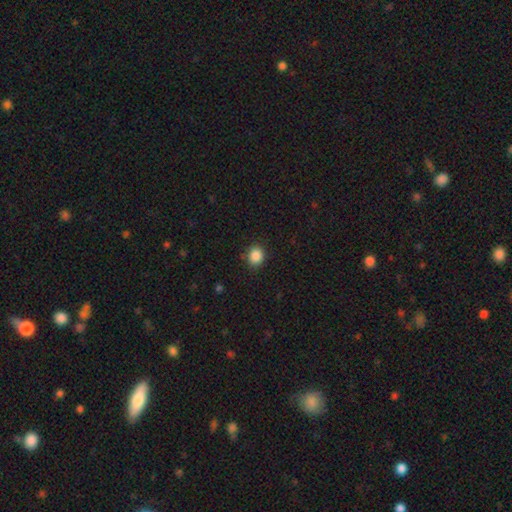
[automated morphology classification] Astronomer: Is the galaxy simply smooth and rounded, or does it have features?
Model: smooth — 87%.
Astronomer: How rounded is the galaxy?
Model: round — 72%.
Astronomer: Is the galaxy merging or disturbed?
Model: none — 88%.